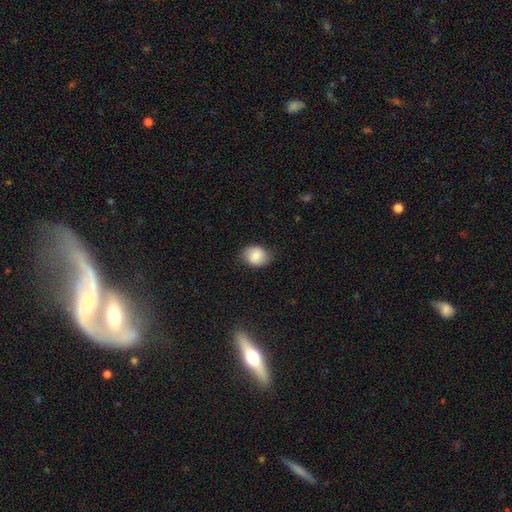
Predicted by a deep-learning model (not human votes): A smooth galaxy with no disk features (80%) that is round (53%).

Vote fractions:
- Smooth or featured? smooth: 80% / featured or disk: 12% / star or artifact: 8%
- How rounded? round: 53% / in between: 46% / cigar-shaped: 1%
- Merging? none: 79% / minor disturbance: 16% / major disturbance: 4% / merger: 1%